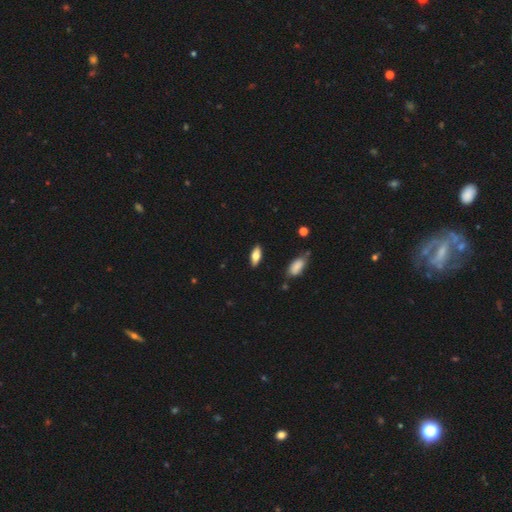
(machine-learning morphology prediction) type=smooth (71%); roundness=in between (80%); merging=none (87%).